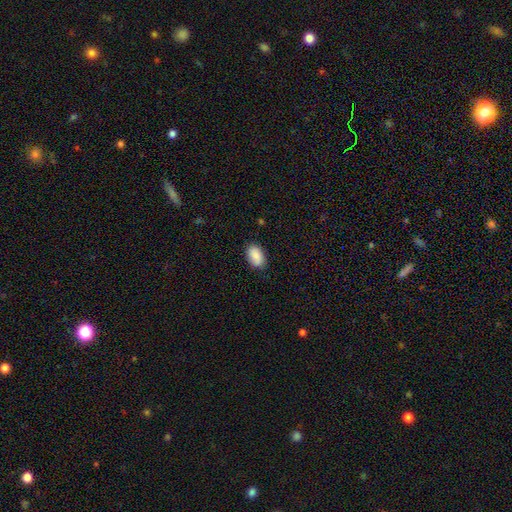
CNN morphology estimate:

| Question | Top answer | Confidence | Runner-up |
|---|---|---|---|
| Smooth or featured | smooth | 87% | star or artifact (7%) |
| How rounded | in between | 91% | round (8%) |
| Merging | none | 83% | minor disturbance (13%) |